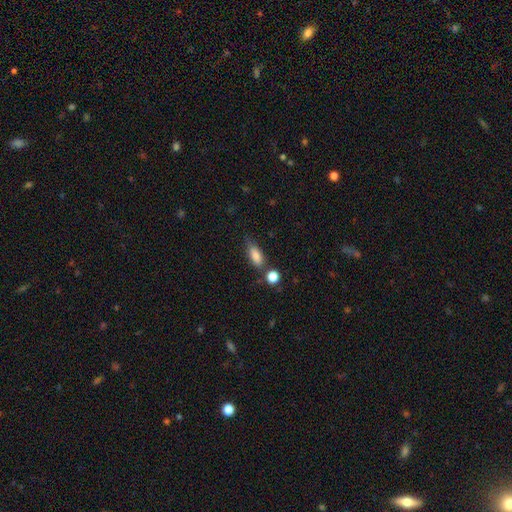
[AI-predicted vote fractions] The model was most divided on "merging": none: 58%, minor disturbance: 24%, merger: 11%, major disturbance: 7%. More confident: smooth or featured — smooth (83%); how rounded — in between (74%).